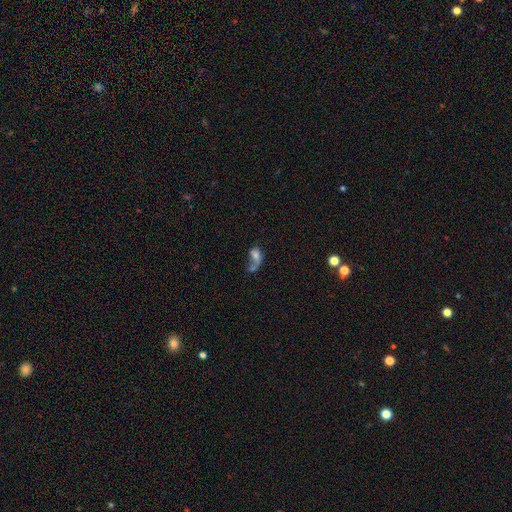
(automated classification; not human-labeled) A smooth galaxy with no disk features (58%) that is in between round and cigar-shaped (78%). Merging: merger (42%).